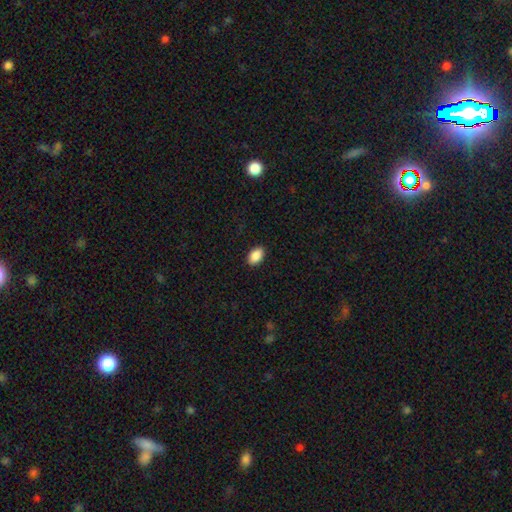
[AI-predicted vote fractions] Smooth or featured? Predicted: smooth (p=0.89). How rounded? Predicted: in between (p=0.90). Merging? Predicted: none (p=0.90).